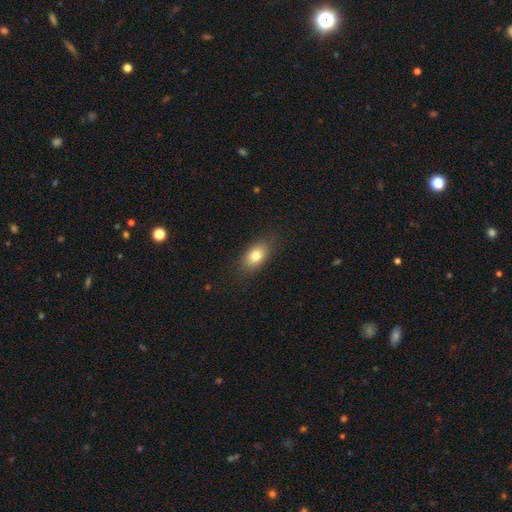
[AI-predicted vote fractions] Overall: smooth (79%). How rounded: in between (85%). Merging: none (84%).